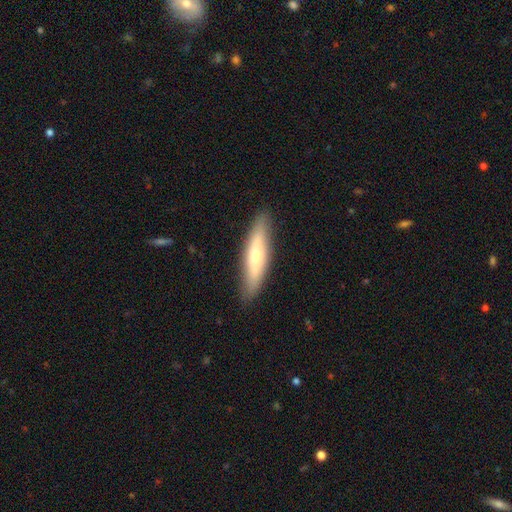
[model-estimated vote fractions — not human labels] Overall: smooth (58%; featured or disk 36%). How rounded: cigar-shaped (80%). Merging: none (87%).